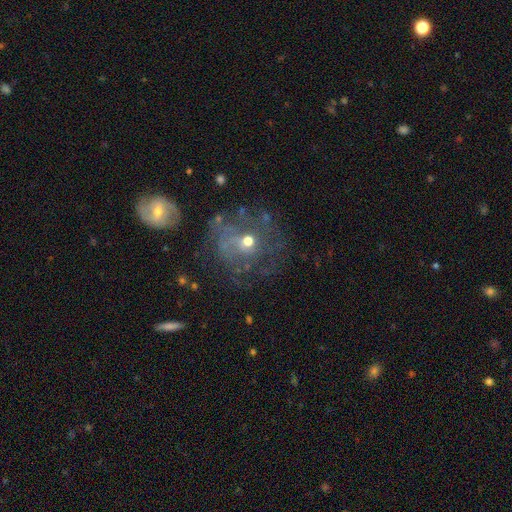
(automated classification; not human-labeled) Morphology: type=featured or disk (54%); edge-on=no (94%); bar=no (70%); spiral arms=yes (64%); bulge=moderate (48%); merging=none (69%).